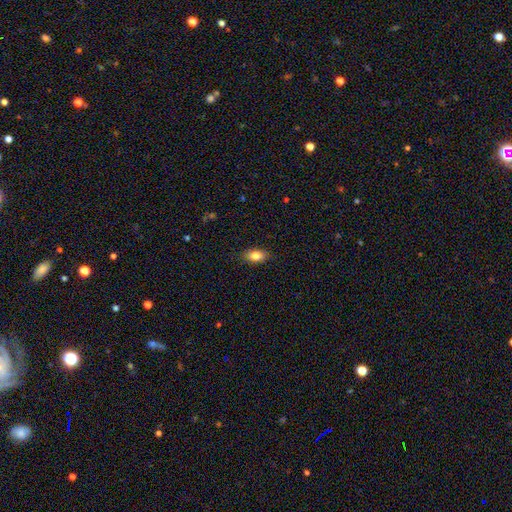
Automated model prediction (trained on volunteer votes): Q: Smooth or featured?
A: smooth (82%); runner-up: featured or disk (10%)
Q: How rounded?
A: in between (87%); runner-up: round (8%)
Q: Merging?
A: none (86%); runner-up: minor disturbance (11%)